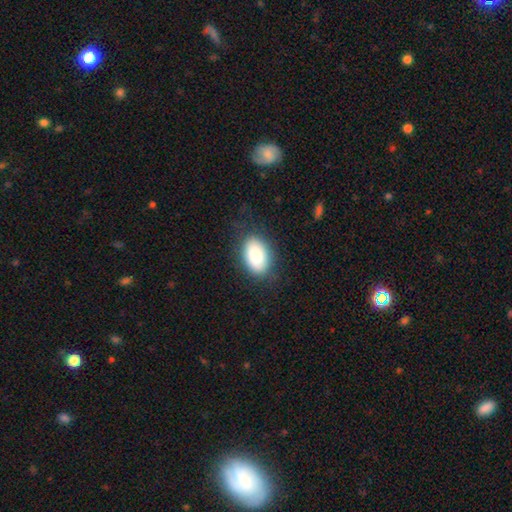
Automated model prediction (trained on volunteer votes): Smooth or featured? smooth (87%)
How rounded? in between (91%)
Merging? none (79%)